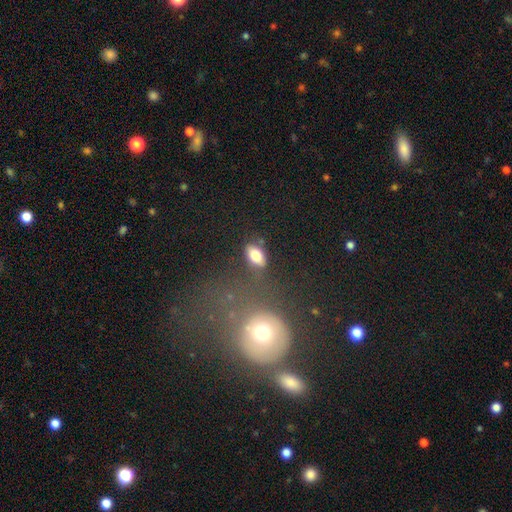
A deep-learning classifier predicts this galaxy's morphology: The model was most divided on "merging": none: 75%, minor disturbance: 15%, merger: 5%, major disturbance: 5%. More confident: how rounded — in between (90%); smooth or featured — smooth (80%).